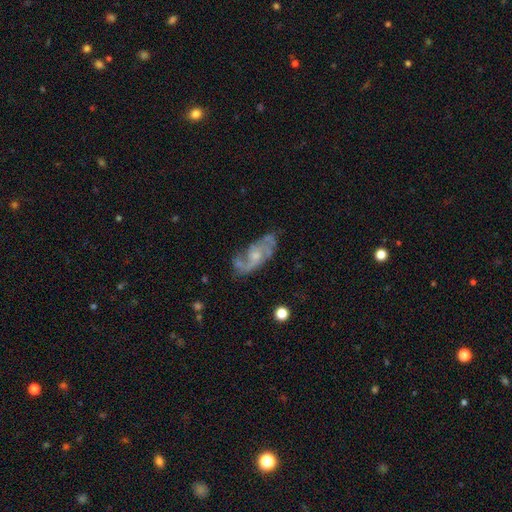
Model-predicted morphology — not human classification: type=featured or disk (81%); edge-on=no (94%); bar=no (66%); spiral arms=yes (91%); winding=medium (47%); arm count=2 (70%); bulge=small (52%); merging=none (59%).